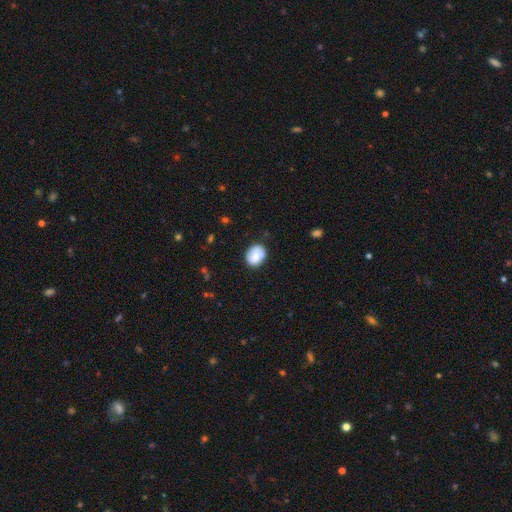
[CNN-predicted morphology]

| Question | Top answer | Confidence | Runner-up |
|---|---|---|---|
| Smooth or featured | smooth | 78% | featured or disk (14%) |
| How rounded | in between | 51% | round (48%) |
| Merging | none | 69% | minor disturbance (21%) |